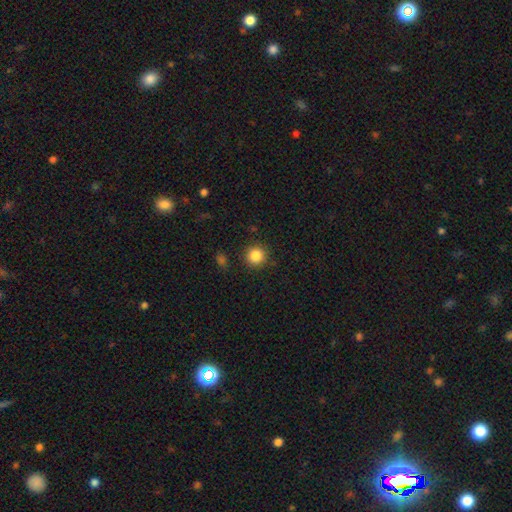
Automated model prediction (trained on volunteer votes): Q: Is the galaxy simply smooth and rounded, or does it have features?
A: smooth — 85%.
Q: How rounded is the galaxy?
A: round — 93%.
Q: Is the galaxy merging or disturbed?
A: none — 89%.